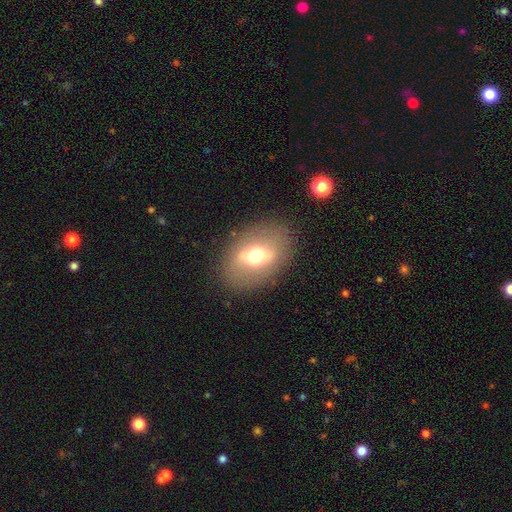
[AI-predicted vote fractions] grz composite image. It shows a smooth galaxy with no disk features (50%) that is in between round and cigar-shaped (75%). Merging: none (82%).